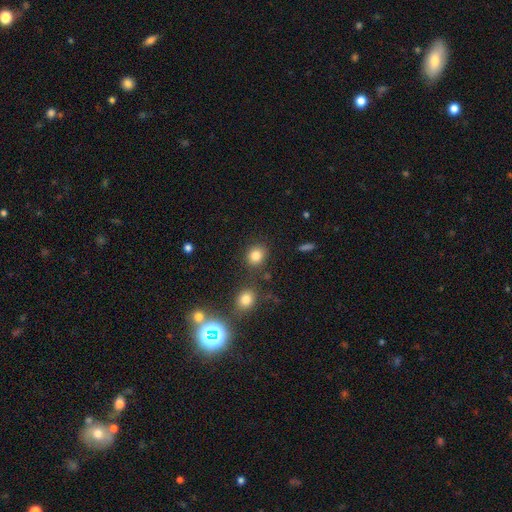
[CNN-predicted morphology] This is clearly a smooth galaxy (81%). How rounded: likely round (73%). Merging: clearly none (80%).